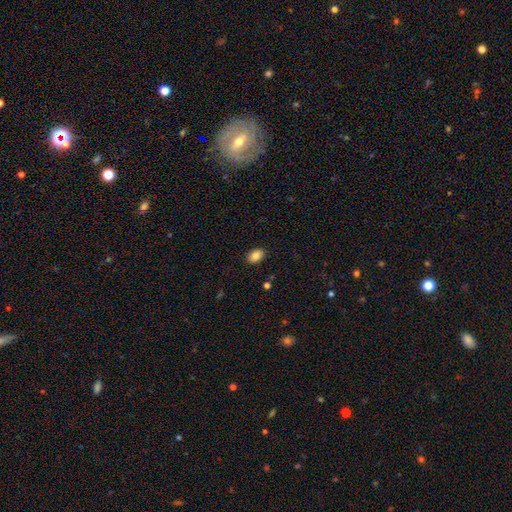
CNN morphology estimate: Smooth or featured? smooth (86%)
How rounded? in between (81%)
Merging? none (89%)